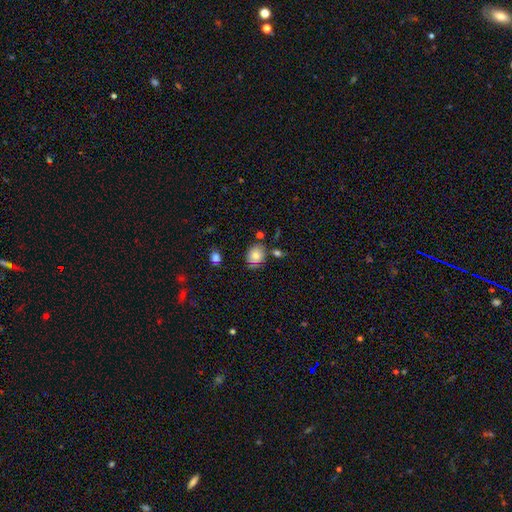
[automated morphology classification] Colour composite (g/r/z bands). It shows a smooth galaxy with no disk features (71%) that is round (60%). Merging: none (69%).